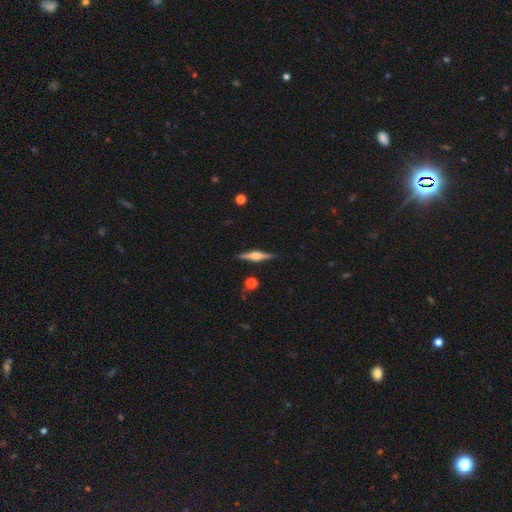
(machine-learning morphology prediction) Smooth or featured? featured or disk (73%)
Edge-on disk? yes (98%)
Edge-on bulge? rounded (85%)
Merging? none (88%)